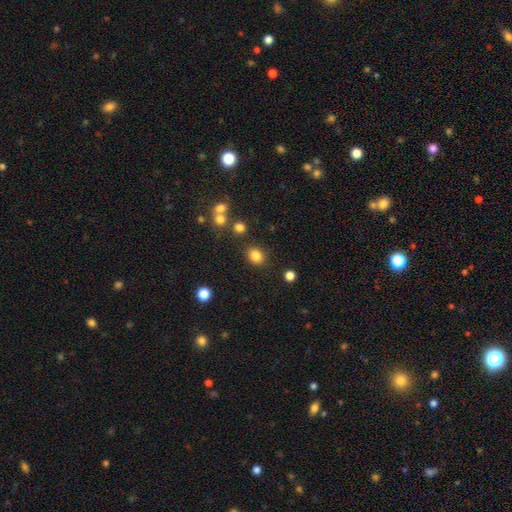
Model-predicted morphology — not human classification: smooth 83%, star or artifact 12%, featured or disk 5%. Down the decision tree: how rounded — round (63%); merging — none (82%).